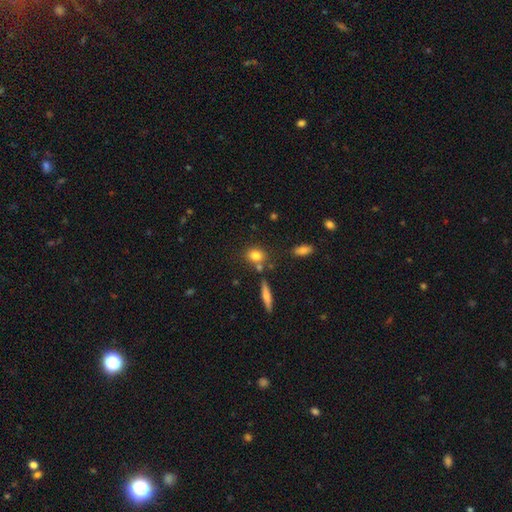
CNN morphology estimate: Smooth or featured? Predicted: smooth (p=0.79). How rounded? Predicted: round (p=0.60). Merging? Predicted: none (p=0.68).